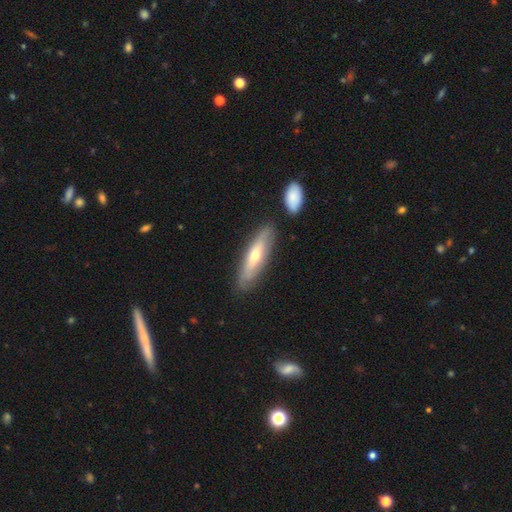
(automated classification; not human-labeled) This is possibly a featured or disk galaxy (50%). Merging: clearly none (82%).